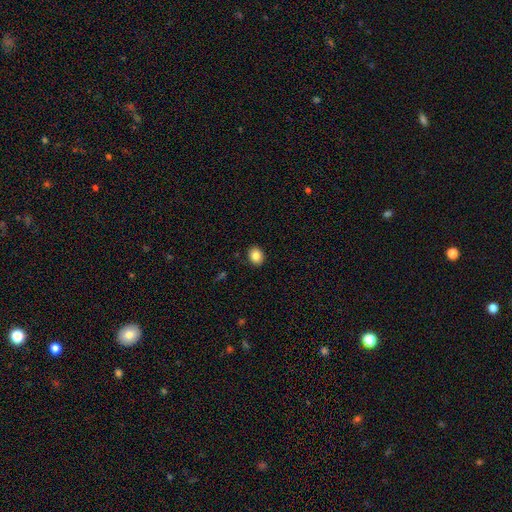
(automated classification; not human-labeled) Smooth or featured: smooth — 85% (star or artifact — 9%)
How rounded: round — 58% (in between — 41%)
Merging: none — 90% (minor disturbance — 7%)